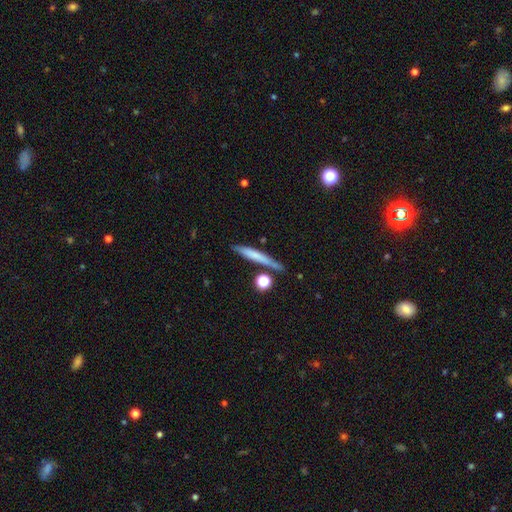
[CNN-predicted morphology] type=smooth (63%); roundness=cigar-shaped (91%); merging=none (75%).